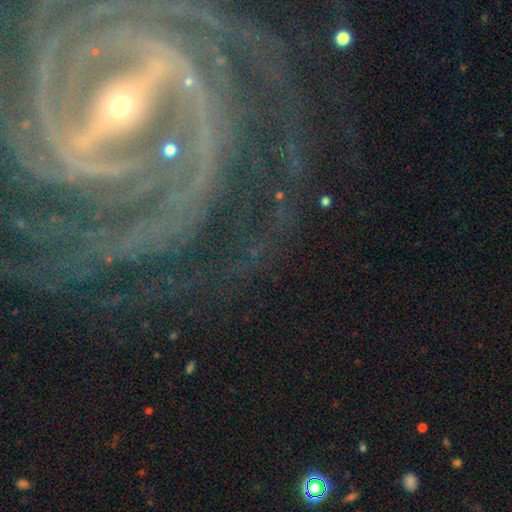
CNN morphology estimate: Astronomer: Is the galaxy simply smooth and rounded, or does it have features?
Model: featured or disk — 79%.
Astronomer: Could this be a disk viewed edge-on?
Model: no — 94%.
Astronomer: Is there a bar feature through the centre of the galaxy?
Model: strong — 54%.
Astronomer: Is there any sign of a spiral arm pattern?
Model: yes — 94%.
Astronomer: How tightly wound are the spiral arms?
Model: tight — 64%.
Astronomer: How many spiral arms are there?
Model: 2 — 29% (runner-up: can't tell, 20%).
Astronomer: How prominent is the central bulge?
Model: small — 63%.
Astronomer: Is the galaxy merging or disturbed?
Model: none — 73%.